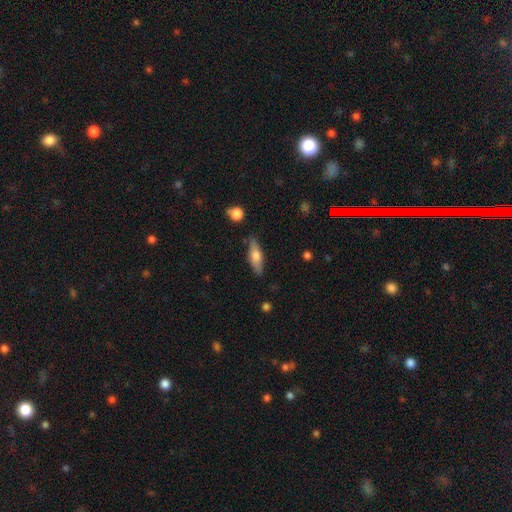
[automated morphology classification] Smooth or featured?
  - smooth: 62% *
  - featured or disk: 32%
  - star or artifact: 6%
How rounded?
  - in between: 54% *
  - cigar-shaped: 43%
  - round: 3%
Merging?
  - none: 82% *
  - minor disturbance: 13%
  - major disturbance: 3%
  - merger: 2%